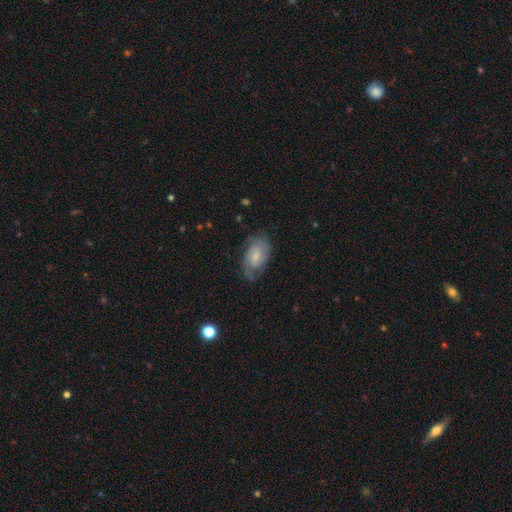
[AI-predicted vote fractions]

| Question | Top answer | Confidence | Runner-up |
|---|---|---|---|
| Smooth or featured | featured or disk | 68% | smooth (26%) |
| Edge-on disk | no | 96% | yes (4%) |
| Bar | no | 62% | weak (33%) |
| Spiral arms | yes | 91% | no (9%) |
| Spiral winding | tight | 46% | medium (39%) |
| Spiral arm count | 2 | 59% | can't tell (22%) |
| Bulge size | small | 54% | moderate (35%) |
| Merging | none | 67% | minor disturbance (22%) |